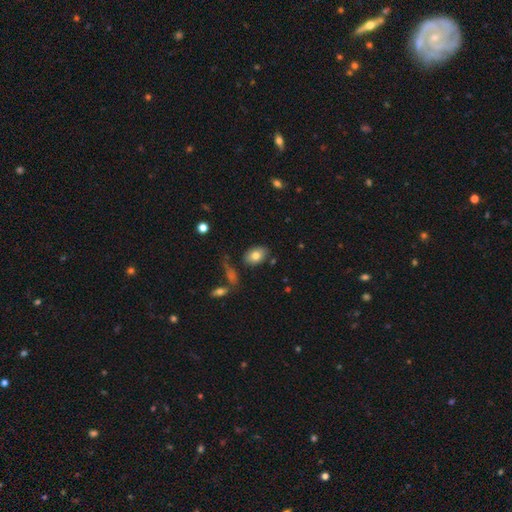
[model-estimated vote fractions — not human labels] Q: Smooth or featured?
A: smooth (78%); runner-up: featured or disk (14%)
Q: How rounded?
A: in between (83%); runner-up: round (16%)
Q: Merging?
A: none (77%); runner-up: minor disturbance (14%)